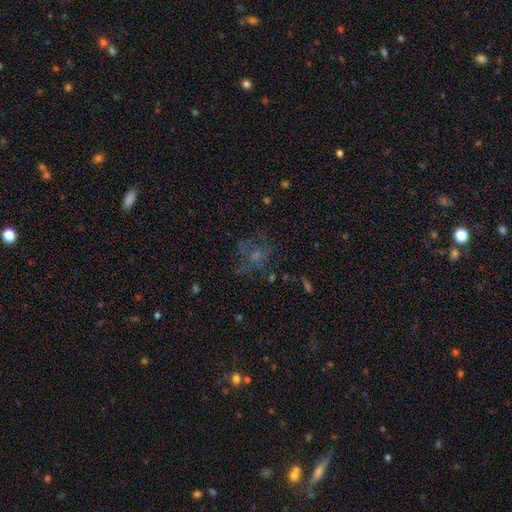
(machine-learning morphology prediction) featured or disk 38% (tied), smooth 38% (tied), star or artifact 24%. Down the decision tree: merging — none (54%).